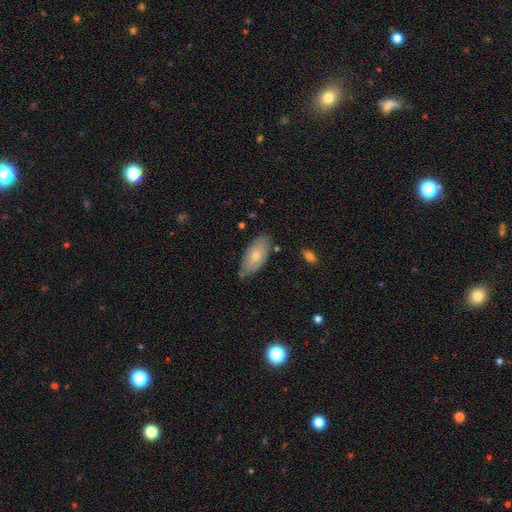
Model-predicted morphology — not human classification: Smooth or featured?
  - smooth: 69% *
  - featured or disk: 24%
  - star or artifact: 6%
How rounded?
  - in between: 90% *
  - cigar-shaped: 7%
  - round: 3%
Merging?
  - none: 73% *
  - minor disturbance: 20%
  - merger: 4%
  - major disturbance: 3%